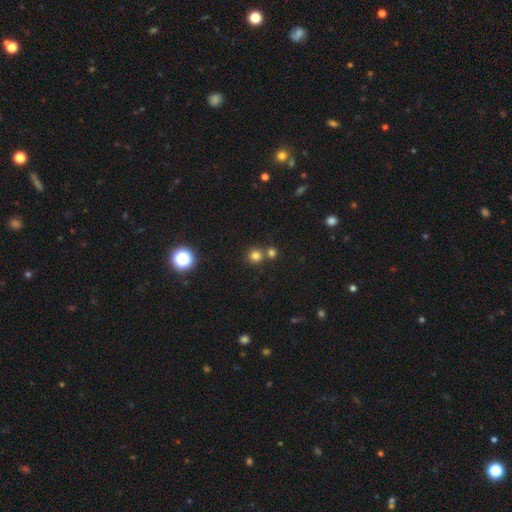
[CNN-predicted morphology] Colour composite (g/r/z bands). It shows a smooth galaxy with no disk features (75%) that is round (92%). Merging: none (65%).